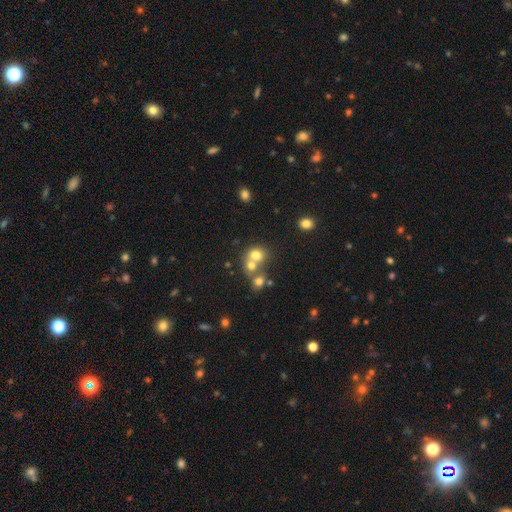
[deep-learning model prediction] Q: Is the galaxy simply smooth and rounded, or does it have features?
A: smooth — 70%.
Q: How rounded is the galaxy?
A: round — 73%.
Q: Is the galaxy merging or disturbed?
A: merger — 51%.